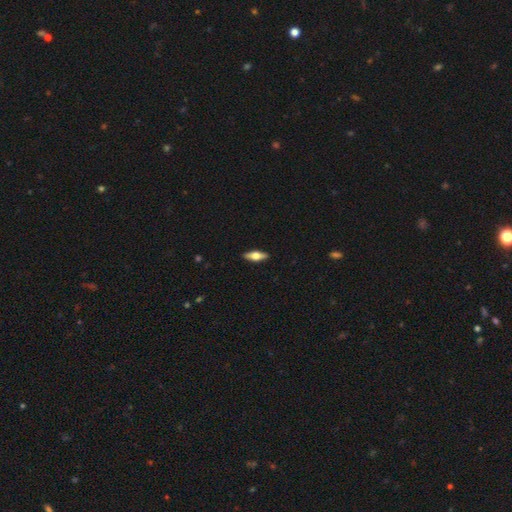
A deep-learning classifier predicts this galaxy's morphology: smooth_or_featured: smooth (p=0.51) [alt: featured or disk p=0.43]
how_rounded: in between (p=0.58) [alt: cigar-shaped p=0.39]
merging: none (p=0.90) [alt: minor disturbance p=0.07]